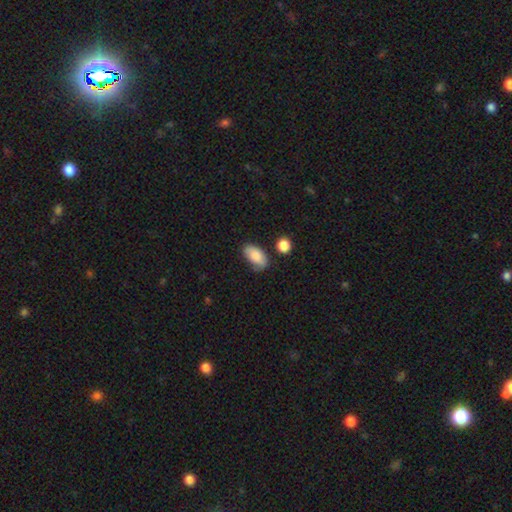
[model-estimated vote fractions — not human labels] Overall: smooth (85%). How rounded: in between (93%). Merging: none (70%).